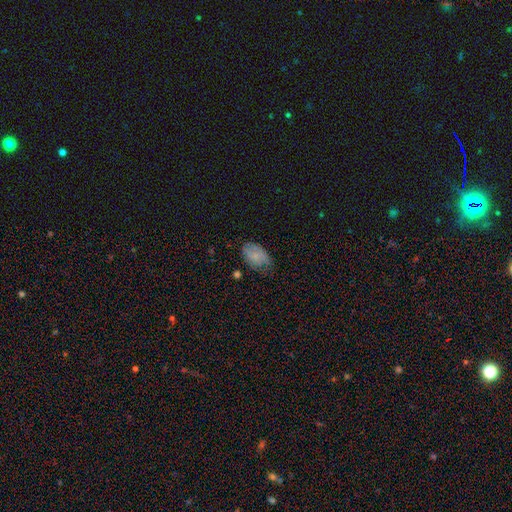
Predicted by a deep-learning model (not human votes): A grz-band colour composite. It shows a smooth galaxy with no disk features (74%) that is in between round and cigar-shaped (89%). Merging: none (57%).